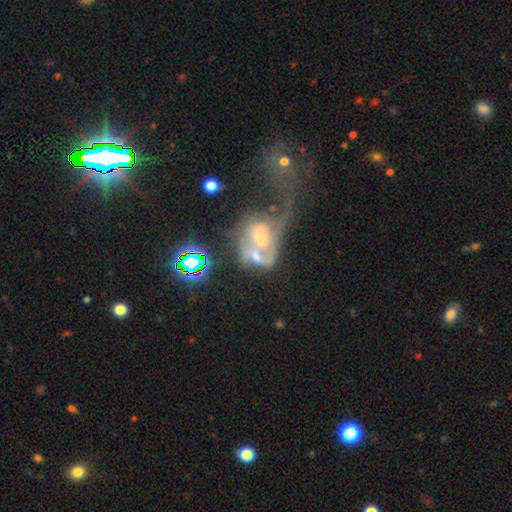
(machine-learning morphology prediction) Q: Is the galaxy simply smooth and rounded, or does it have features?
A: featured or disk — 49%.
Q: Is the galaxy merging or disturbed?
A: merger — 65%.